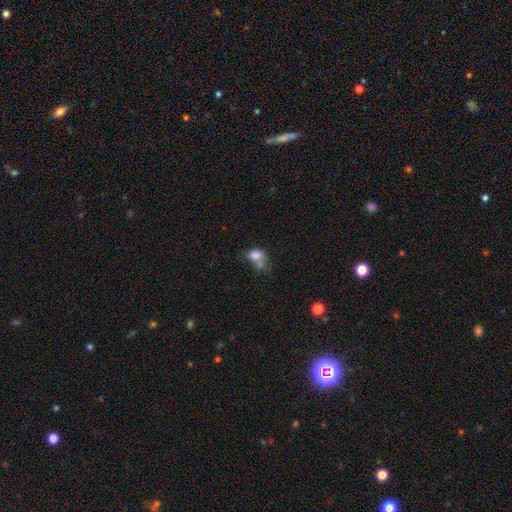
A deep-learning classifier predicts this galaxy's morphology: This appears to be a smooth galaxy with no disk features (75%) that is in between round and cigar-shaped (58%). Merging: merger (40%).